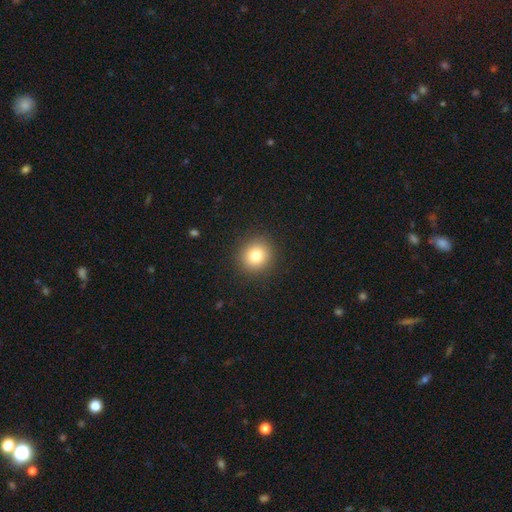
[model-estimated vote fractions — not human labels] Morphology: type=smooth (82%); roundness=round (88%); merging=none (90%).